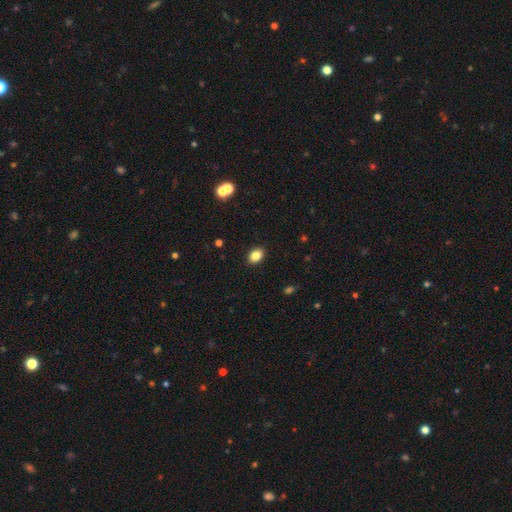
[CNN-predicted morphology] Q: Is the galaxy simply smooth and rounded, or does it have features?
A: smooth — 84%.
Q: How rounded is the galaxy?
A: in between — 73%.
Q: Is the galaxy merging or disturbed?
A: none — 90%.